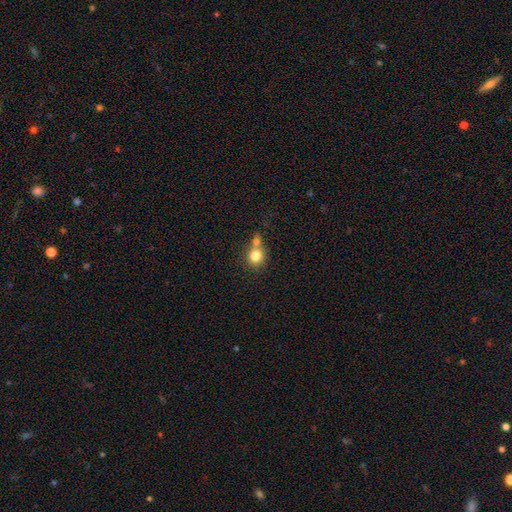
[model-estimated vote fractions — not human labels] A smooth galaxy with no disk features (80%) that is round (85%). Merging: none (44%).